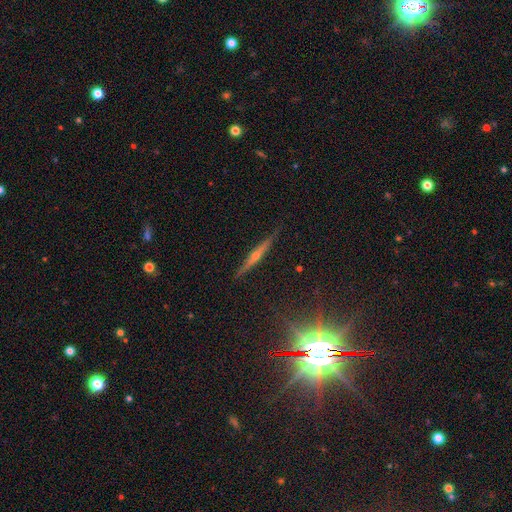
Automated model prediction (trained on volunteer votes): smooth-or-featured: featured or disk: 68% | smooth: 18% | star or artifact: 13%
  disk-edge-on: yes: 97% | no: 3%
    edge-on-bulge: rounded: 80% | none: 15% | boxy: 5%
  merging: none: 89% | minor disturbance: 8% | major disturbance: 2% | merger: 1%